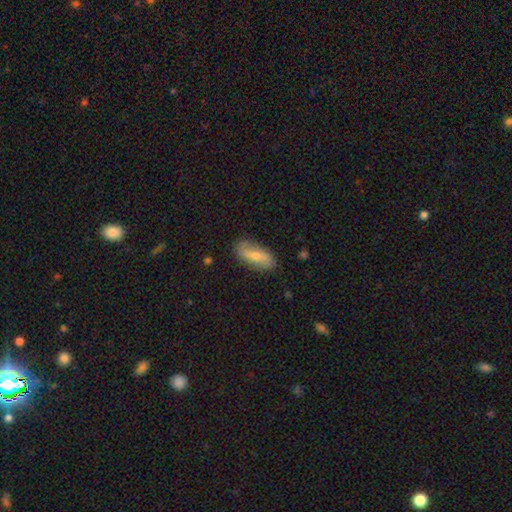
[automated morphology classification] smooth-or-featured: featured or disk: 48% | smooth: 45% | star or artifact: 7%
  merging: none: 82% | minor disturbance: 14% | major disturbance: 3% | merger: 1%